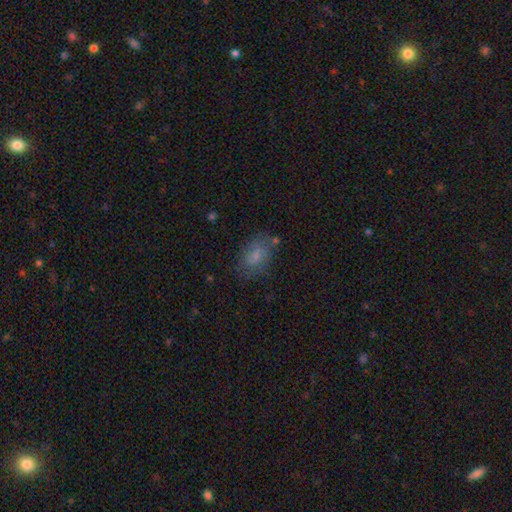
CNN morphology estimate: Q: Smooth or featured?
A: smooth (72%); runner-up: featured or disk (19%)
Q: How rounded?
A: in between (86%); runner-up: round (12%)
Q: Merging?
A: none (67%); runner-up: minor disturbance (21%)